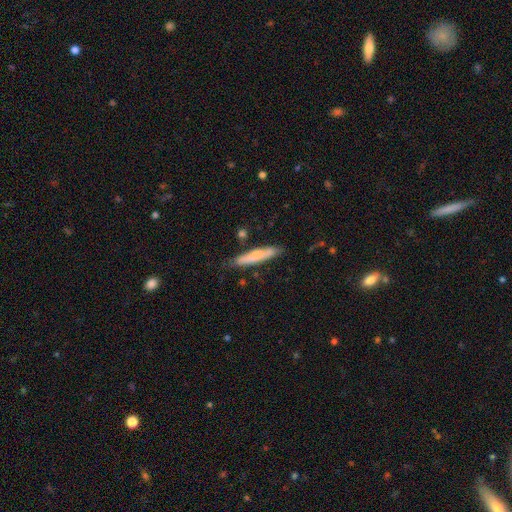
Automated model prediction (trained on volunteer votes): smooth 66%, featured or disk 29%, star or artifact 6%. Down the decision tree: how rounded — cigar-shaped (91%); merging — none (78%).